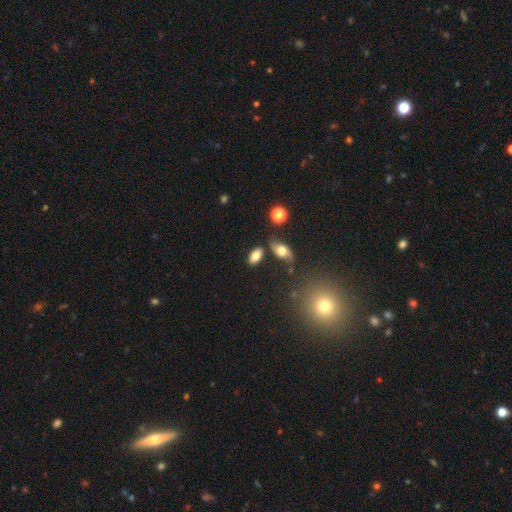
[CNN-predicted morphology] The model was most divided on "merging": none: 74%, minor disturbance: 12%, merger: 10%, major disturbance: 4%. More confident: how rounded — in between (90%); smooth or featured — smooth (79%).